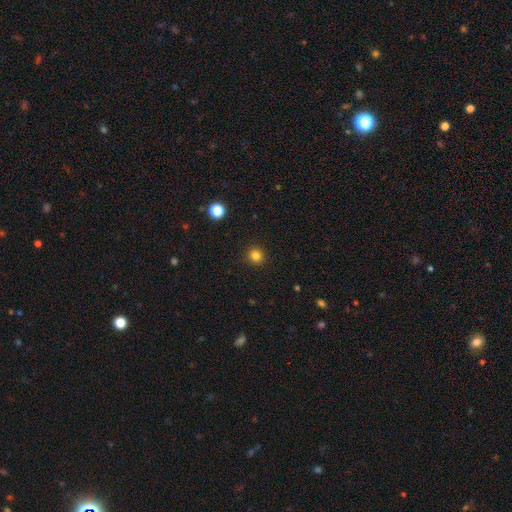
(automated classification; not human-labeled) A smooth galaxy with no disk features (82%) that is round (94%). Merging: none (92%).